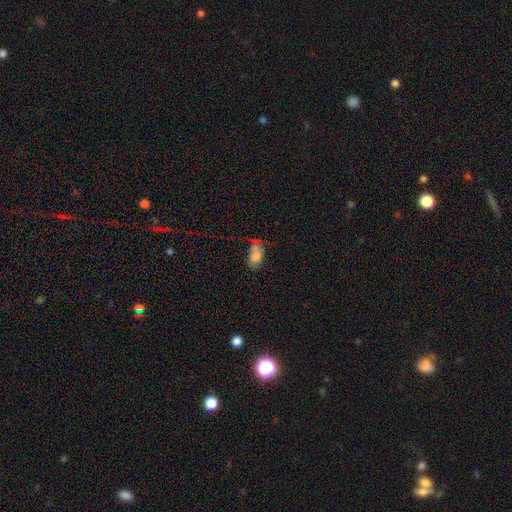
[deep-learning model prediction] smooth-or-featured: smooth: 74% | featured or disk: 17% | star or artifact: 9%
  how-rounded: in between: 90% | round: 8% | cigar-shaped: 3%
  merging: none: 40% | minor disturbance: 27% | major disturbance: 18% | merger: 15%